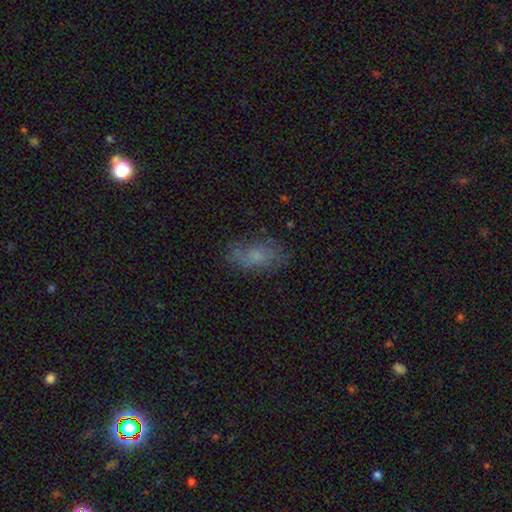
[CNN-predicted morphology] Smooth or featured?
  - smooth: 62% *
  - featured or disk: 26%
  - star or artifact: 12%
How rounded?
  - in between: 87% *
  - round: 7%
  - cigar-shaped: 6%
Merging?
  - none: 68% *
  - minor disturbance: 21%
  - major disturbance: 9%
  - merger: 2%